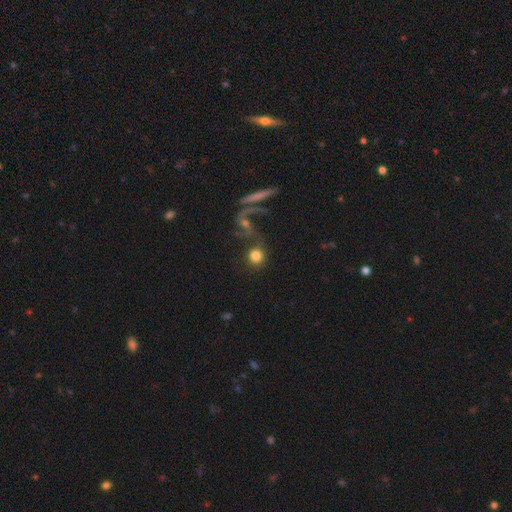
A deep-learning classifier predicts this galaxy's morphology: This is likely a smooth galaxy (77%). How rounded: clearly round (90%). Merging: possibly none (57%).